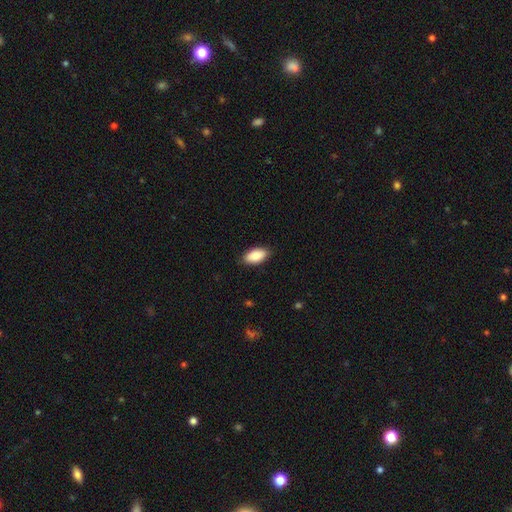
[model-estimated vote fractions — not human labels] Smooth or featured: smooth — 88% (featured or disk — 6%)
How rounded: in between — 93% (cigar-shaped — 5%)
Merging: none — 88% (minor disturbance — 9%)